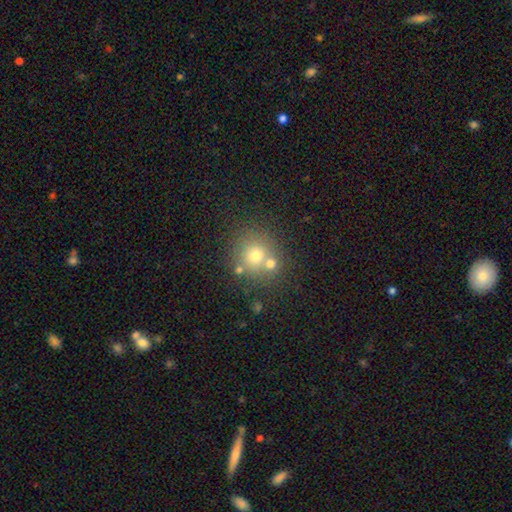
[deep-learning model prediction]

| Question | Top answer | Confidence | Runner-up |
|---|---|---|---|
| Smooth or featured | smooth | 69% | featured or disk (16%) |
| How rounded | round | 87% | in between (12%) |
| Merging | none | 58% | merger (29%) |